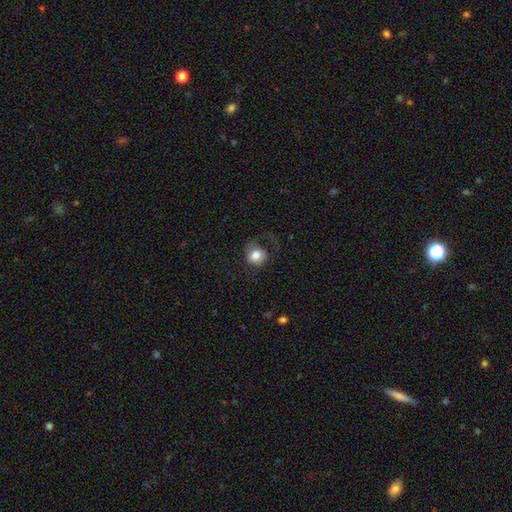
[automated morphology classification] Smooth or featured?
  - smooth: 79% *
  - featured or disk: 13%
  - star or artifact: 8%
How rounded?
  - round: 76% *
  - in between: 23%
  - cigar-shaped: 1%
Merging?
  - none: 56% *
  - major disturbance: 23%
  - minor disturbance: 20%
  - merger: 2%